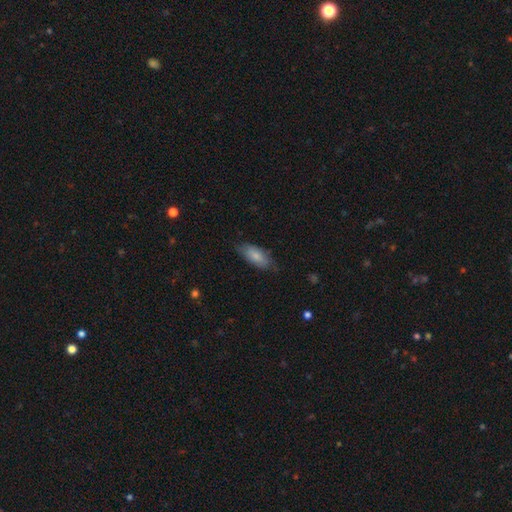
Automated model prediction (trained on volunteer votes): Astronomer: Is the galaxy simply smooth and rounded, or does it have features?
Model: smooth — 79%.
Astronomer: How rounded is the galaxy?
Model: in between — 84%.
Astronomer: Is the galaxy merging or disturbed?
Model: none — 73%.